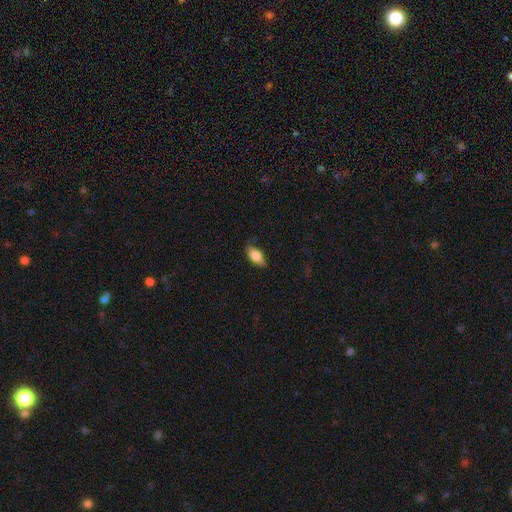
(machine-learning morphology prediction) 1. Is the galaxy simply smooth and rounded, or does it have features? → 79% smooth, 14% featured or disk, 7% star or artifact.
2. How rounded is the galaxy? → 83% in between, 14% cigar-shaped, 3% round.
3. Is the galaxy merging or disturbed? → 79% none, 17% minor disturbance, 3% major disturbance, 1% merger.